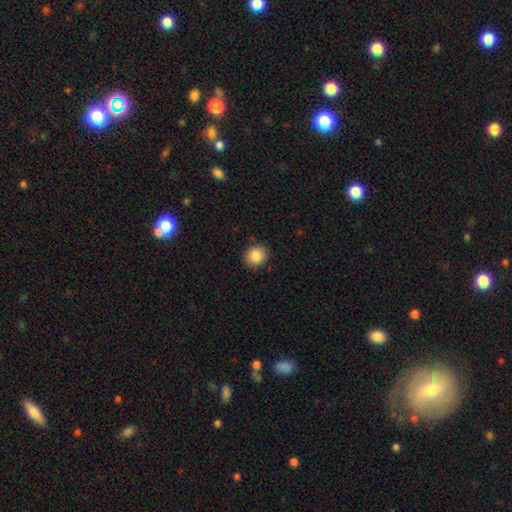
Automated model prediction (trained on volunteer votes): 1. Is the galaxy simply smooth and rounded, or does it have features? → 84% smooth, 9% star or artifact, 7% featured or disk.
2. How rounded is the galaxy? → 74% round, 25% in between, 1% cigar-shaped.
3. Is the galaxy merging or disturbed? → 87% none, 9% minor disturbance, 2% major disturbance, 1% merger.